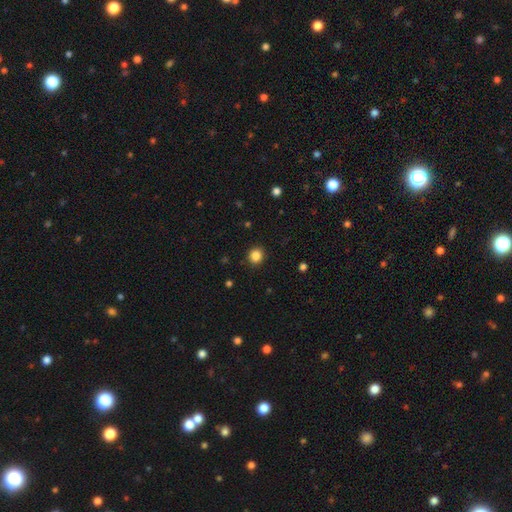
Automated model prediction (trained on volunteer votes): A smooth galaxy with no disk features (85%) that is round (89%).

Vote fractions:
- Smooth or featured? smooth: 85% / star or artifact: 11% / featured or disk: 4%
- How rounded? round: 89% / in between: 10% / cigar-shaped: 1%
- Merging? none: 91% / minor disturbance: 6% / major disturbance: 2% / merger: 1%